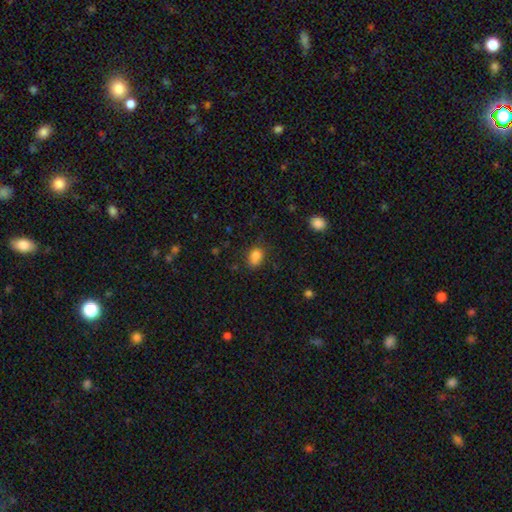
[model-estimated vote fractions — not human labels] Smooth or featured? smooth (82%)
How rounded? in between (65%)
Merging? none (62%)